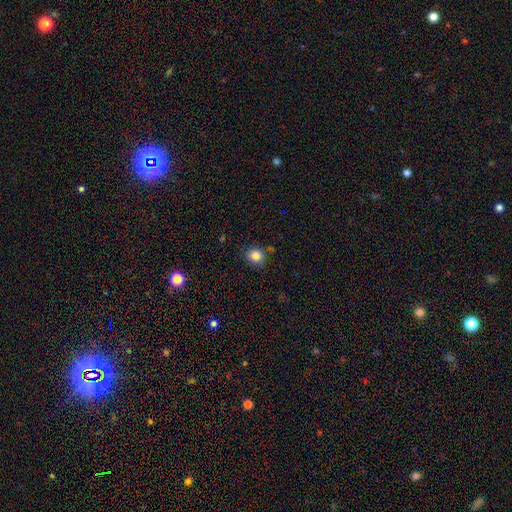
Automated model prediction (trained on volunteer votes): Morphology: type=smooth (84%); roundness=round (73%); merging=none (80%).